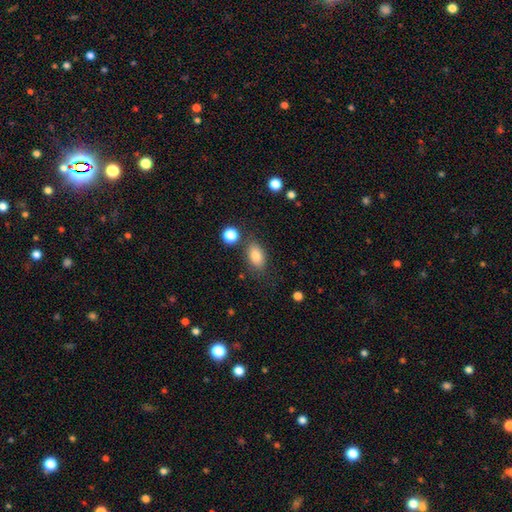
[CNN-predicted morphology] This appears to be a smooth galaxy with no disk features (83%) that is in between round and cigar-shaped (87%). Merging: none (76%).